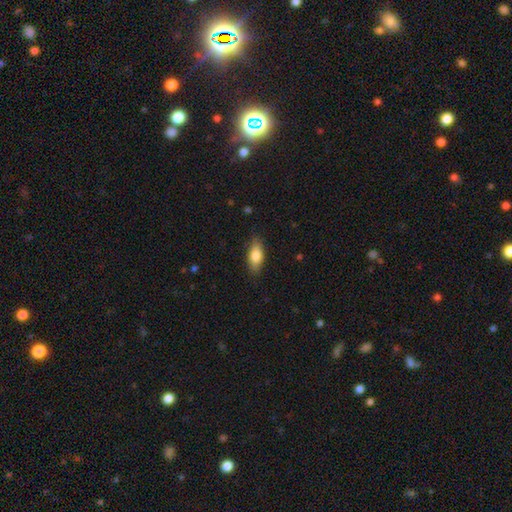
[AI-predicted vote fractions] smooth 79%, featured or disk 14%, star or artifact 6%. Down the decision tree: how rounded — in between (81%); merging — none (83%).